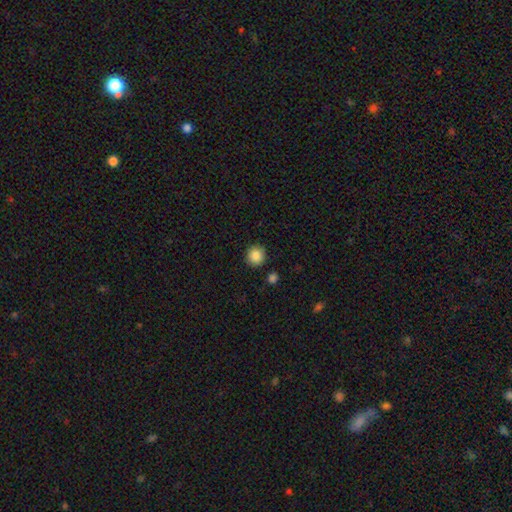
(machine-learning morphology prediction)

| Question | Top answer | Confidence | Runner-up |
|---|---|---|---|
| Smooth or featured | smooth | 87% | star or artifact (9%) |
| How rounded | round | 92% | in between (7%) |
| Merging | none | 89% | minor disturbance (7%) |